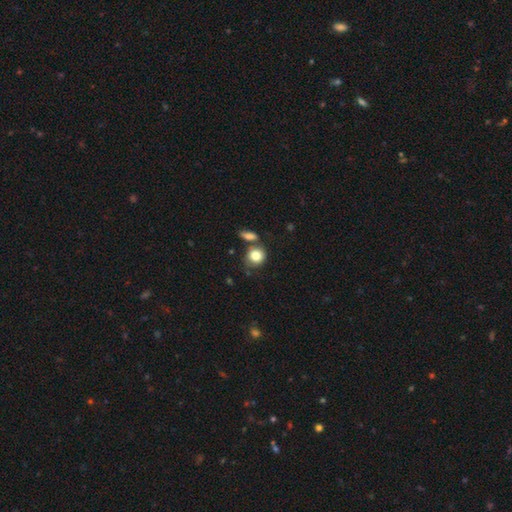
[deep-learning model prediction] A smooth galaxy with no disk features (83%) that is round (76%). Merging: none (55%).